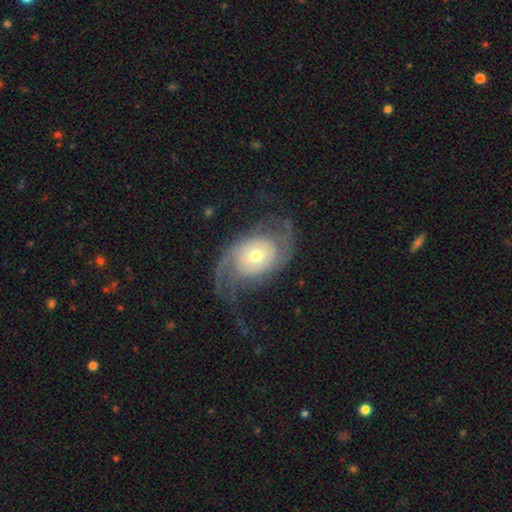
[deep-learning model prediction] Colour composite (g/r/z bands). It shows a featured or disk galaxy (81%) with no bar (70%), 2 (79%) loose (46%) spiral arms (92%) and a moderate central bulge (62%). Merging: none (53%).